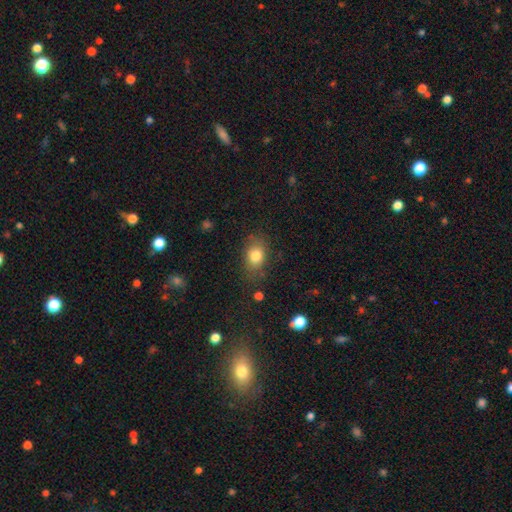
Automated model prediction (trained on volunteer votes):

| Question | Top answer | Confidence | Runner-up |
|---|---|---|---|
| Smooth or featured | smooth | 81% | star or artifact (10%) |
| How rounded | in between | 71% | round (27%) |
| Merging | none | 73% | minor disturbance (18%) |